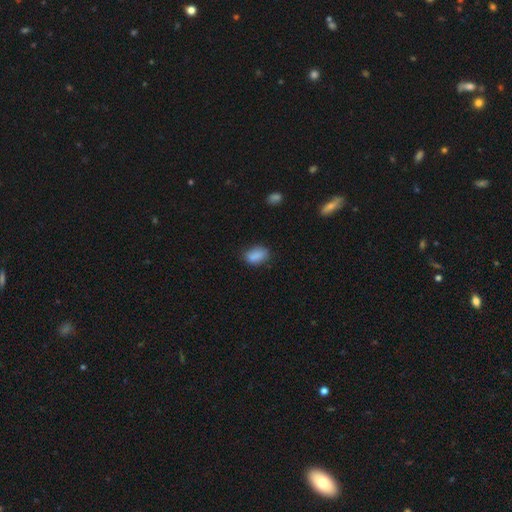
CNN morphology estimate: smooth_or_featured: smooth (p=0.86) [alt: star or artifact p=0.09]
how_rounded: in between (p=0.87) [alt: round p=0.10]
merging: none (p=0.73) [alt: minor disturbance p=0.21]